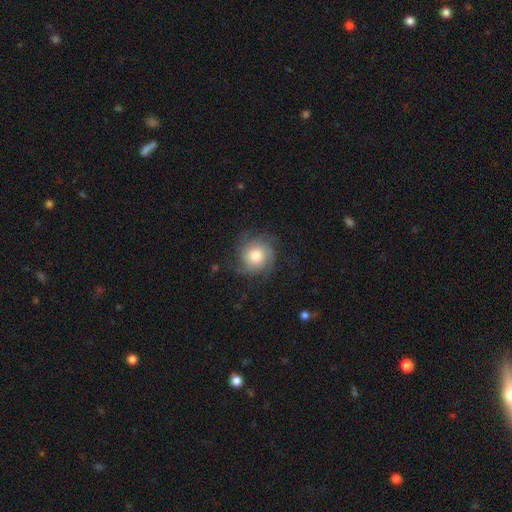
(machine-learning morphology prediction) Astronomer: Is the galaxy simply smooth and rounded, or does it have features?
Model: featured or disk — 63%.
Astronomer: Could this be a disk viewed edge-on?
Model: no — 97%.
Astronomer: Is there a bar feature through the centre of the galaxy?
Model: no — 81%.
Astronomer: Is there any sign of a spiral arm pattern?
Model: yes — 93%.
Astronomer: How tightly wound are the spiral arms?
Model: tight — 49% (runner-up: medium, 36%).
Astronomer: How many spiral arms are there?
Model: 3 — 36% (runner-up: can't tell, 22%).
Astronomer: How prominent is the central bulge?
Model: moderate — 53% (runner-up: large, 31%).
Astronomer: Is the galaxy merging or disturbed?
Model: none — 73%.